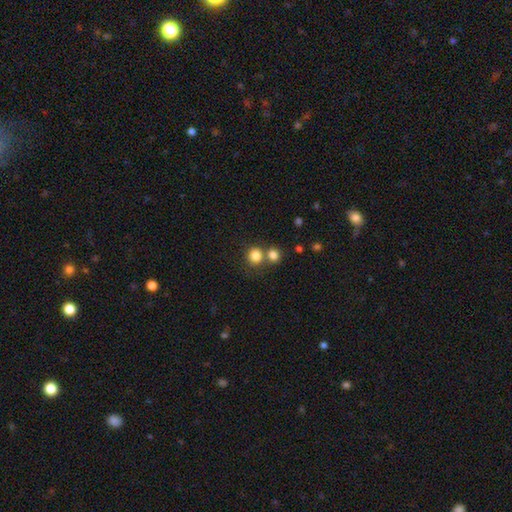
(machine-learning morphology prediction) type=smooth (82%); roundness=round (87%); merging=none (60%).